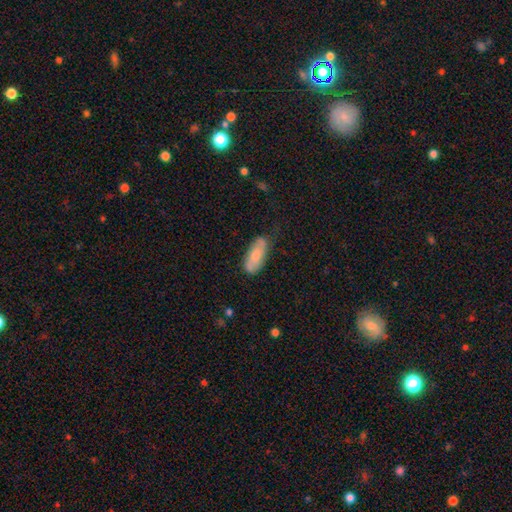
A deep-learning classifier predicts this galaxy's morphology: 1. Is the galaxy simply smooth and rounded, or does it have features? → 71% smooth, 23% featured or disk, 6% star or artifact.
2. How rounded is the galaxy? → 79% in between, 19% cigar-shaped, 2% round.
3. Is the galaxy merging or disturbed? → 65% none, 26% minor disturbance, 6% major disturbance, 2% merger.